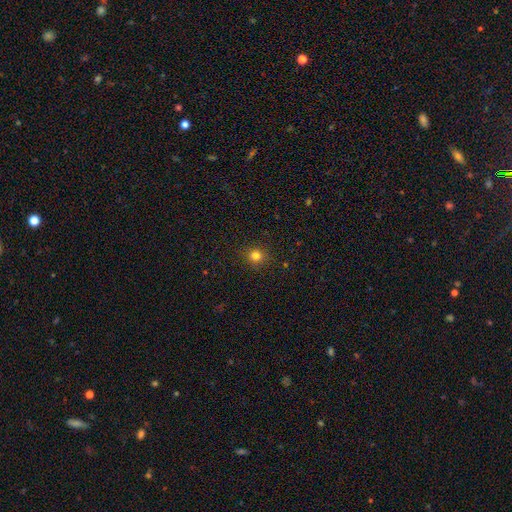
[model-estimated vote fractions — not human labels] Morphology: type=smooth (81%); roundness=round (86%); merging=none (90%).